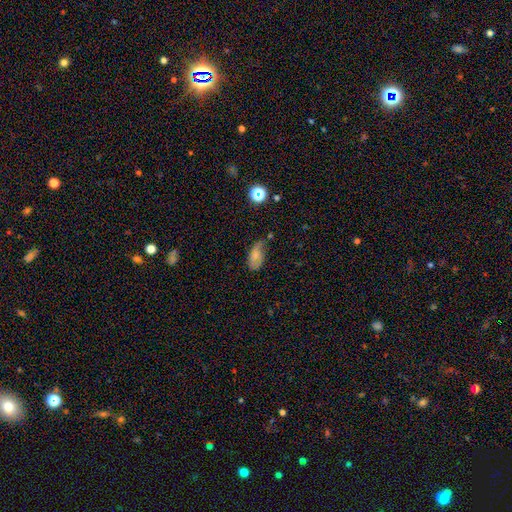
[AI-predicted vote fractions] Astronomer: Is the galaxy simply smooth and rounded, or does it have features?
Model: smooth — 65%.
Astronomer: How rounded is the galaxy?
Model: in between — 90%.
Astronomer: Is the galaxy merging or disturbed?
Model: none — 40% (runner-up: minor disturbance, 39%).